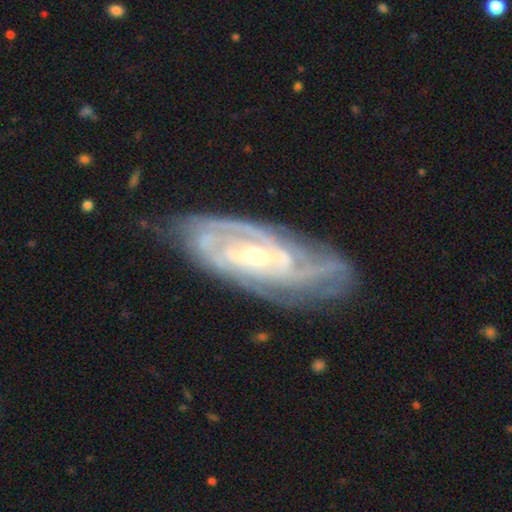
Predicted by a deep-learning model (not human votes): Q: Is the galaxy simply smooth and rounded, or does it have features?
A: featured or disk — 90%.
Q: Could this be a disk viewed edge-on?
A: no — 92%.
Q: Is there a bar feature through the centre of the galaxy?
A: no — 43%.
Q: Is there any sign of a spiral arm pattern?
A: yes — 97%.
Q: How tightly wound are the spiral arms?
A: tight — 67%.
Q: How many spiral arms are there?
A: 3 — 27%, tied with 2.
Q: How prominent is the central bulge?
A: moderate — 50%.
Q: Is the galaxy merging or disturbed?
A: none — 73%.